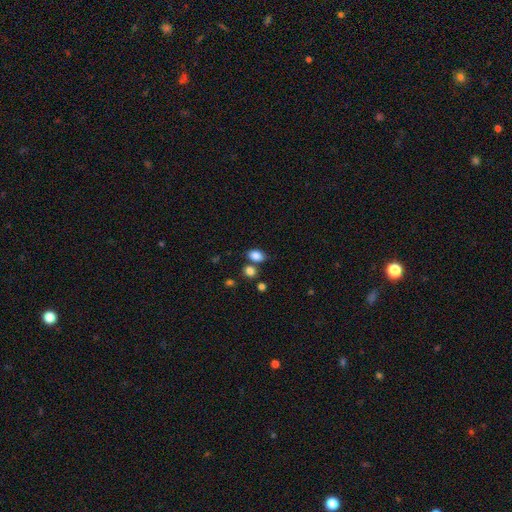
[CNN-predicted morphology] Smooth or featured?
  - smooth: 85% *
  - star or artifact: 9%
  - featured or disk: 6%
How rounded?
  - in between: 80% *
  - round: 18%
  - cigar-shaped: 1%
Merging?
  - none: 65% *
  - merger: 17%
  - minor disturbance: 14%
  - major disturbance: 4%